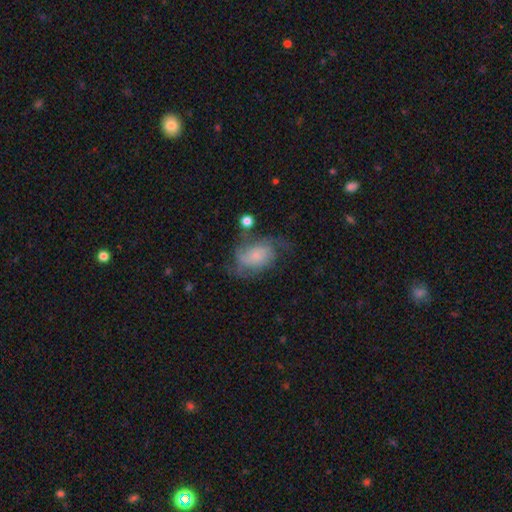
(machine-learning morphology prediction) Smooth or featured? featured or disk (56%)
Edge-on disk? no (97%)
Bar? no (73%)
Spiral arms? yes (82%)
Bulge size? small (51%)
Merging? none (41%)